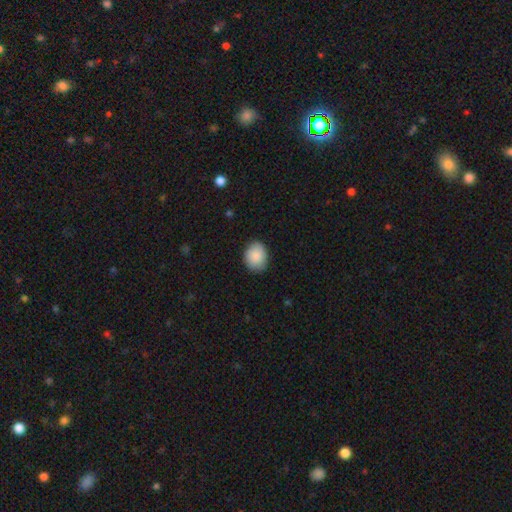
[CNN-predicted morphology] type=smooth (89%); roundness=in between (51%); merging=none (83%).